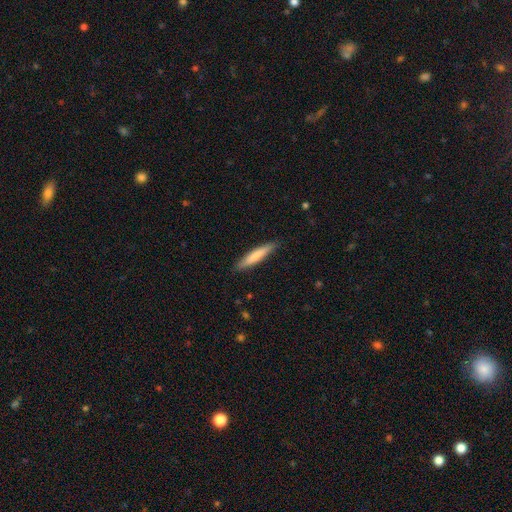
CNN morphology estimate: Smooth or featured? smooth (74%)
How rounded? cigar-shaped (90%)
Merging? none (88%)